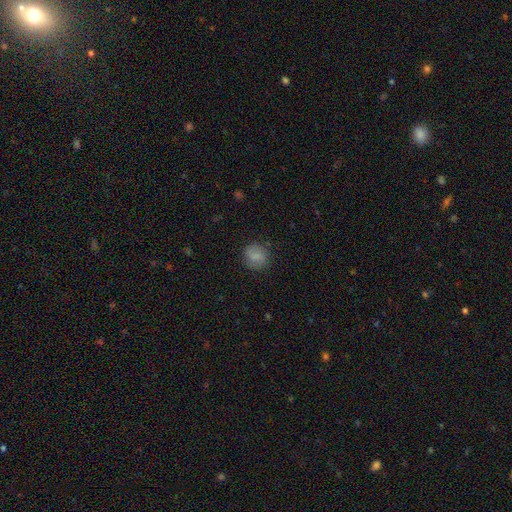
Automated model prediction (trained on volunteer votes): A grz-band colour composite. It shows a smooth galaxy with no disk features (72%) that is round (80%). Merging: none (81%).